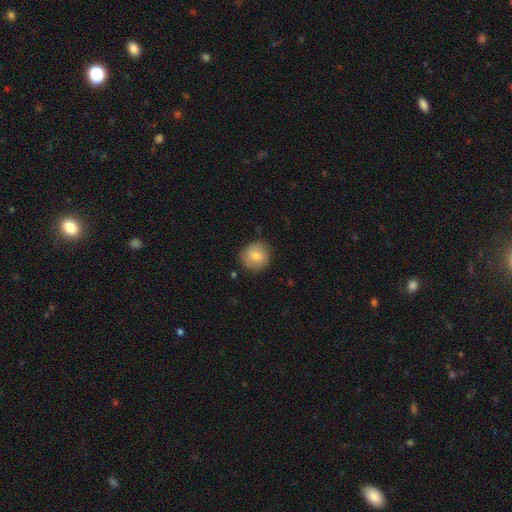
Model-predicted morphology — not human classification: This is likely a smooth galaxy (76%). How rounded: clearly round (90%). Merging: clearly none (81%).